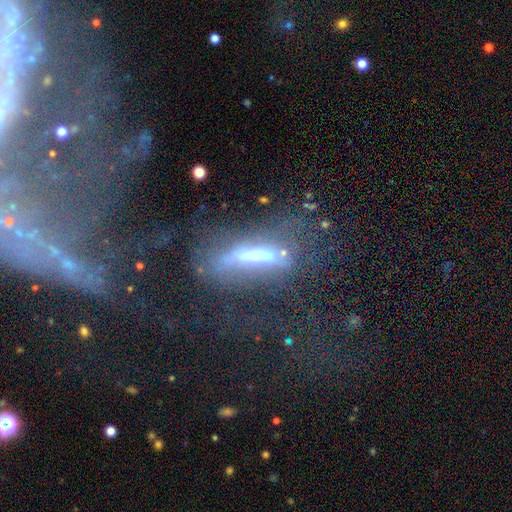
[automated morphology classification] A featured or disk galaxy (59%).

Vote fractions:
- Smooth or featured? featured or disk: 59% / smooth: 28% / star or artifact: 13%
- Edge-on disk? no: 52% / yes: 48%
- Merging? none: 42% / major disturbance: 33% / minor disturbance: 19% / merger: 7%